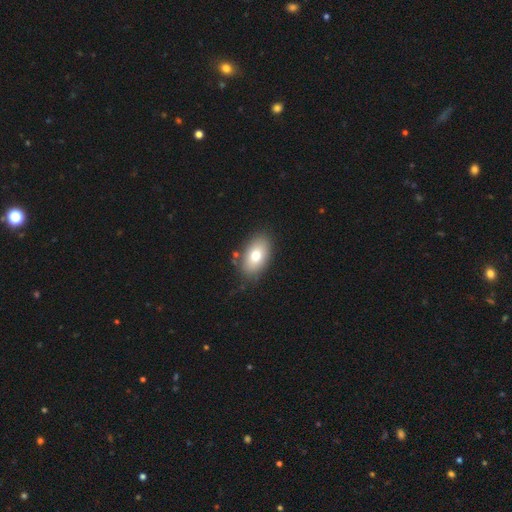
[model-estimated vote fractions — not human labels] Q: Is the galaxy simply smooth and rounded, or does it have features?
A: smooth — 75%.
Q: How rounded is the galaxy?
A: in between — 90%.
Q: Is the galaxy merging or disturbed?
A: none — 82%.